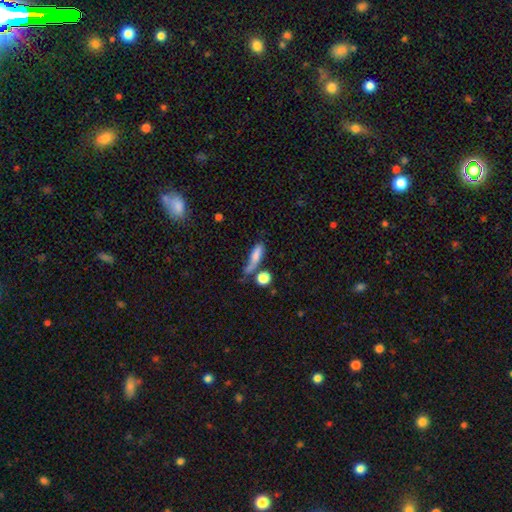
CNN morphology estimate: Smooth or featured?
  - smooth: 72% *
  - featured or disk: 18%
  - star or artifact: 9%
How rounded?
  - cigar-shaped: 51% *
  - in between: 42%
  - round: 7%
Merging?
  - none: 39% *
  - minor disturbance: 23%
  - merger: 21%
  - major disturbance: 17%